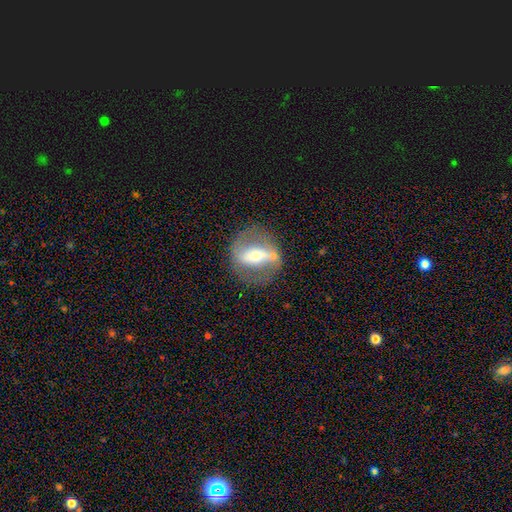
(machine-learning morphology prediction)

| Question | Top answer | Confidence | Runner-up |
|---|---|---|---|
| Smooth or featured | featured or disk | 70% | smooth (23%) |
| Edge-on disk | no | 85% | yes (15%) |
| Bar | strong | 61% | weak (21%) |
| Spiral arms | no | 54% | yes (46%) |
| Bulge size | moderate | 53% | small (34%) |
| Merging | none | 69% | minor disturbance (15%) |